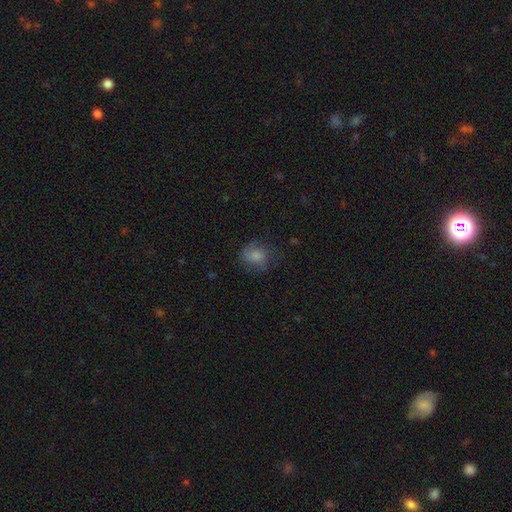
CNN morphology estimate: A smooth galaxy with no disk features (73%) that is round (65%).

Vote fractions:
- Smooth or featured? smooth: 73% / featured or disk: 16% / star or artifact: 11%
- How rounded? round: 65% / in between: 34% / cigar-shaped: 1%
- Merging? none: 59% / minor disturbance: 25% / major disturbance: 15% / merger: 1%